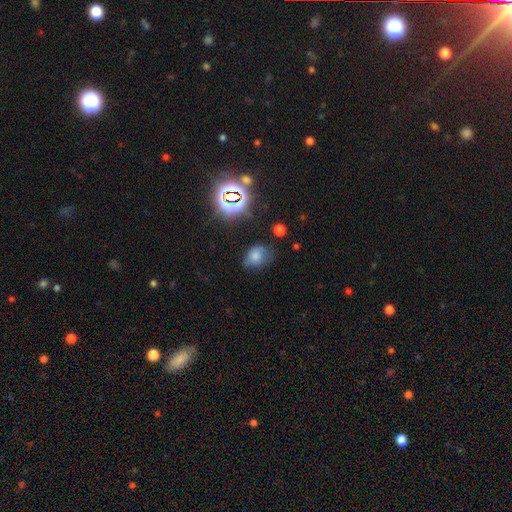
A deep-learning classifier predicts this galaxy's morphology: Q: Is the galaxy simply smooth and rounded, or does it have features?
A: smooth — 69%.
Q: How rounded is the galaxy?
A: in between — 69%.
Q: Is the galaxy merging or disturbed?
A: none — 54%.